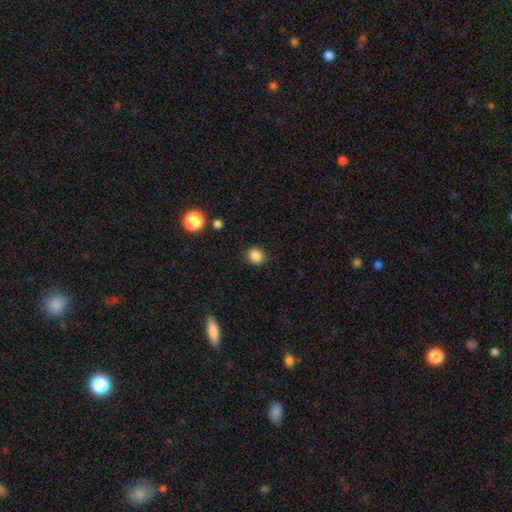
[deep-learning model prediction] A smooth galaxy with no disk features (86%) that is round (76%). Merging: none (87%).